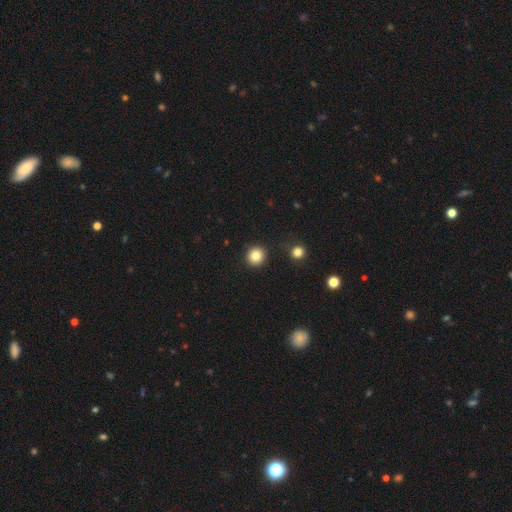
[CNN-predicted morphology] Q: Smooth or featured?
A: smooth (82%); runner-up: star or artifact (11%)
Q: How rounded?
A: round (94%); runner-up: in between (5%)
Q: Merging?
A: none (90%); runner-up: minor disturbance (6%)